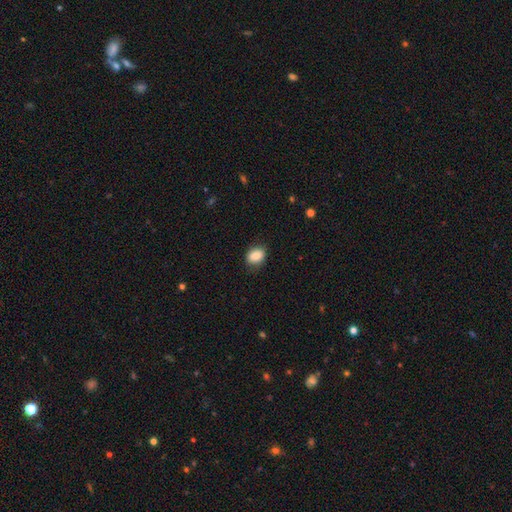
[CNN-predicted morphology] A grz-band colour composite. It shows a smooth galaxy with no disk features (83%) that is in between round and cigar-shaped (63%). Merging: none (82%).